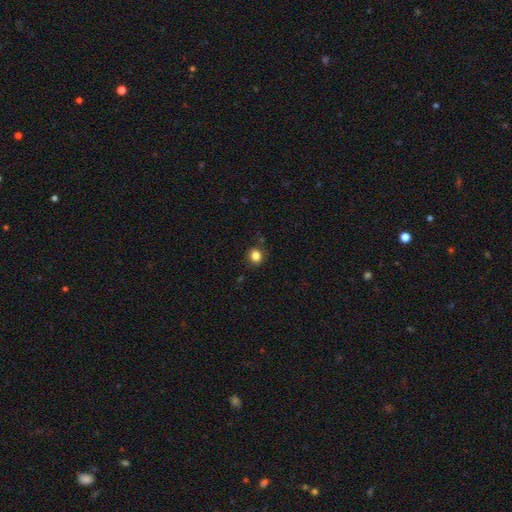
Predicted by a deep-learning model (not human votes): The model was most divided on "how rounded": round: 77%, in between: 22%, cigar-shaped: 1%. More confident: merging — none (84%); smooth or featured — smooth (83%).